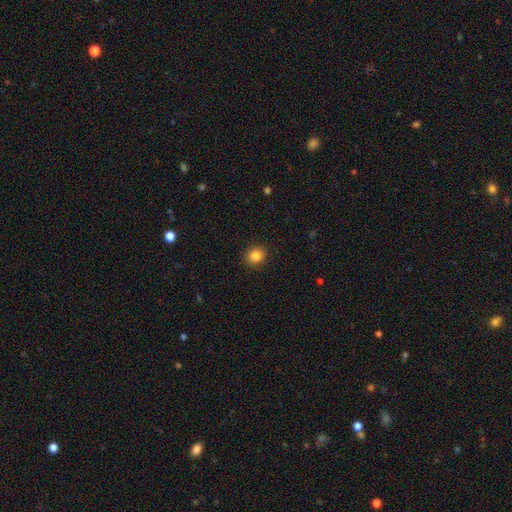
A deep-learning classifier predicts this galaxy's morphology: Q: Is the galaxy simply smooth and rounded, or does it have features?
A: smooth — 85%.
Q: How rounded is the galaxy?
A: round — 68%.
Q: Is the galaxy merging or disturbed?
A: none — 91%.